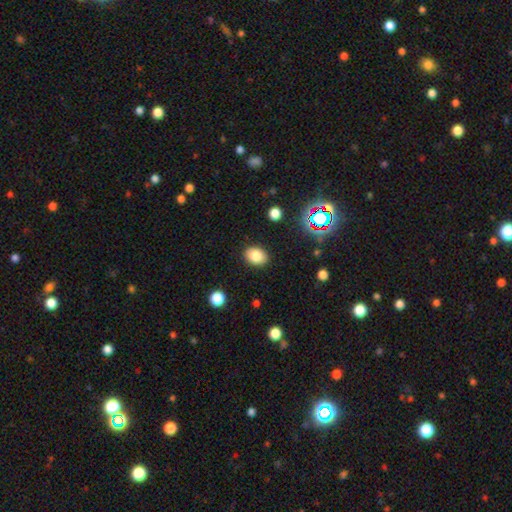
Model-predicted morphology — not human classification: Overall: smooth (83%). How rounded: in between (69%; round 30%). Merging: none (87%).